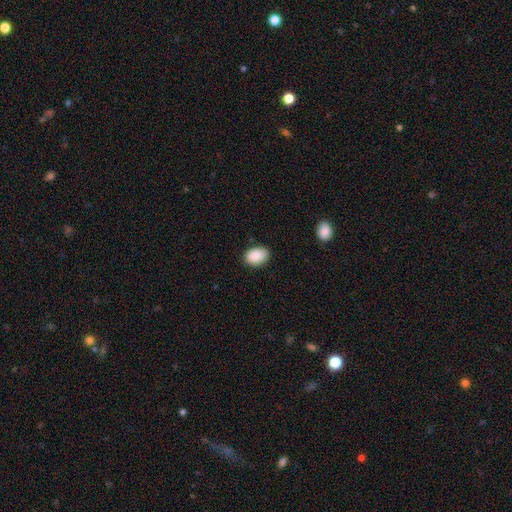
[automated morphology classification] This appears to be a smooth galaxy with no disk features (90%) that is in between round and cigar-shaped (83%). Merging: none (86%).